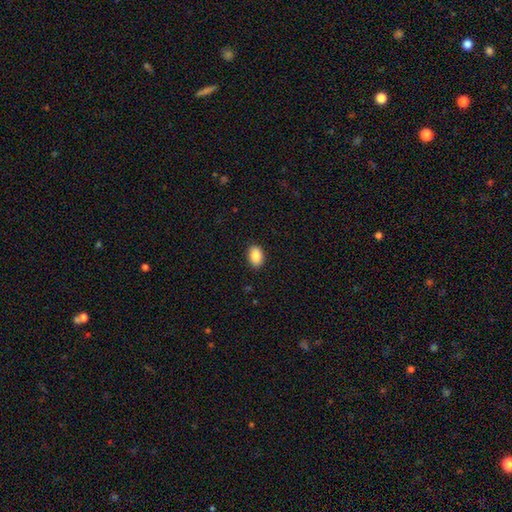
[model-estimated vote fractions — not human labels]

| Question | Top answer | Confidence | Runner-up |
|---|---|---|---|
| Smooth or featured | smooth | 88% | star or artifact (7%) |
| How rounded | in between | 84% | round (15%) |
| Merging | none | 89% | minor disturbance (8%) |